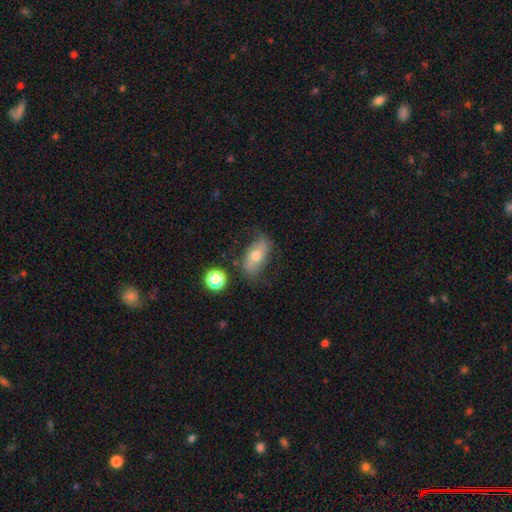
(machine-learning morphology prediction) Smooth or featured? Predicted: smooth (p=0.54). How rounded? Predicted: in between (p=0.87). Merging? Predicted: none (p=0.65).